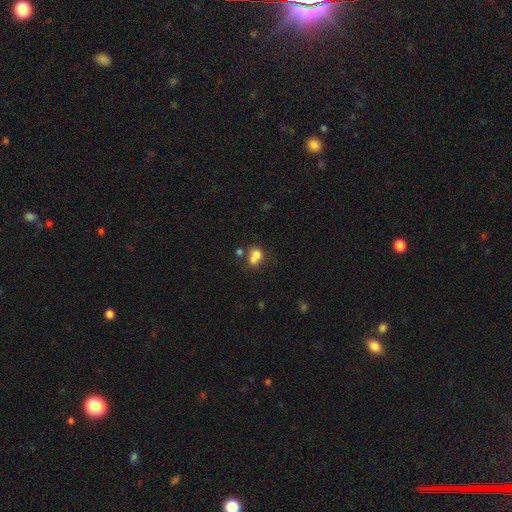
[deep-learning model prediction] Morphology: type=smooth (71%); roundness=in between (49%, tied with round); merging=merger (56%).